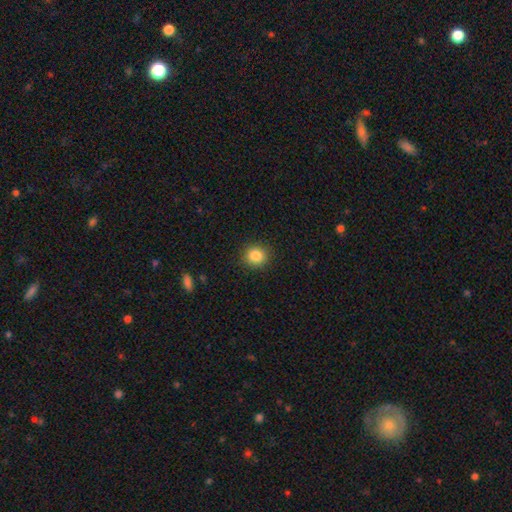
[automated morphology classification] A smooth galaxy with no disk features (85%) that is round (87%). Merging: none (90%).